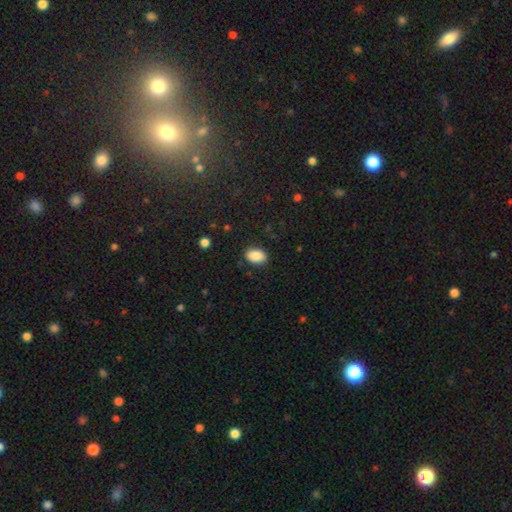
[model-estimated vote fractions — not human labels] smooth-or-featured: smooth: 89% | star or artifact: 7% | featured or disk: 4%
  how-rounded: in between: 88% | round: 11% | cigar-shaped: 1%
  merging: none: 87% | minor disturbance: 9% | major disturbance: 2% | merger: 1%